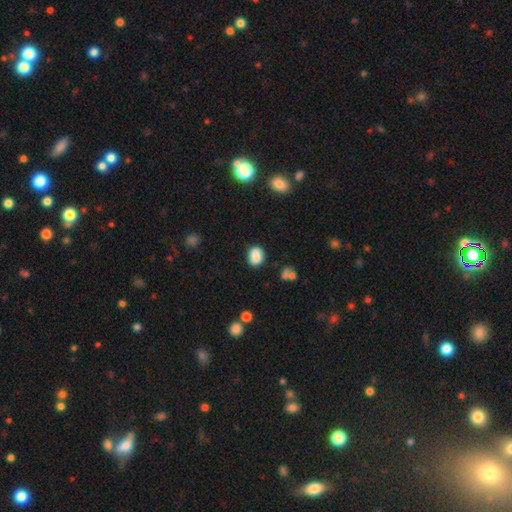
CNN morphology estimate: smooth-or-featured: smooth: 77% | featured or disk: 12% | star or artifact: 11%
  how-rounded: in between: 50% | round: 49% | cigar-shaped: 1%
  merging: none: 45% | merger: 36% | minor disturbance: 14% | major disturbance: 5%